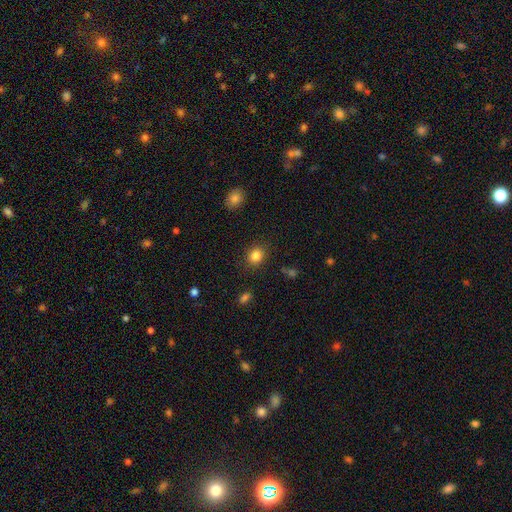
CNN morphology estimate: Smooth or featured?
  - smooth: 84% *
  - star or artifact: 11%
  - featured or disk: 6%
How rounded?
  - round: 67% *
  - in between: 32%
  - cigar-shaped: 1%
Merging?
  - none: 87% *
  - minor disturbance: 9%
  - major disturbance: 3%
  - merger: 1%